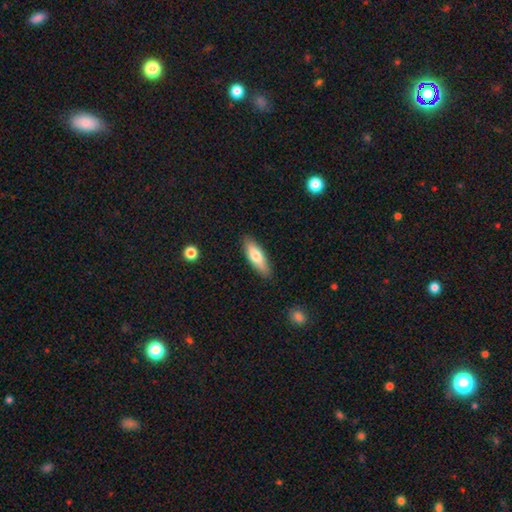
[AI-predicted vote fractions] smooth_or_featured: smooth (p=0.73) [alt: featured or disk p=0.21]
how_rounded: in between (p=0.52) [alt: cigar-shaped p=0.46]
merging: none (p=0.86) [alt: minor disturbance p=0.10]